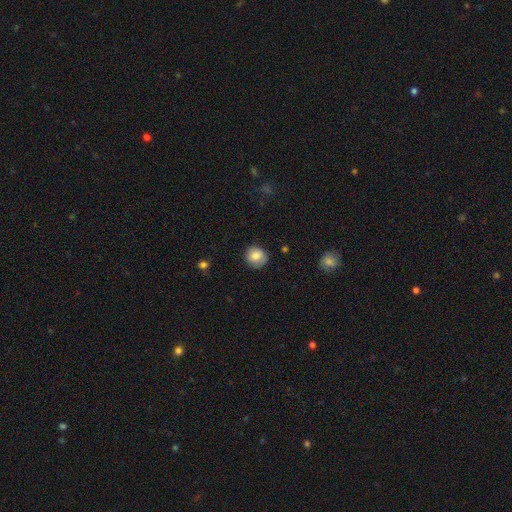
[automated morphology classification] Smooth or featured?
  - smooth: 81% *
  - featured or disk: 11%
  - star or artifact: 8%
How rounded?
  - round: 87% *
  - in between: 12%
  - cigar-shaped: 1%
Merging?
  - none: 84% *
  - minor disturbance: 12%
  - major disturbance: 3%
  - merger: 1%